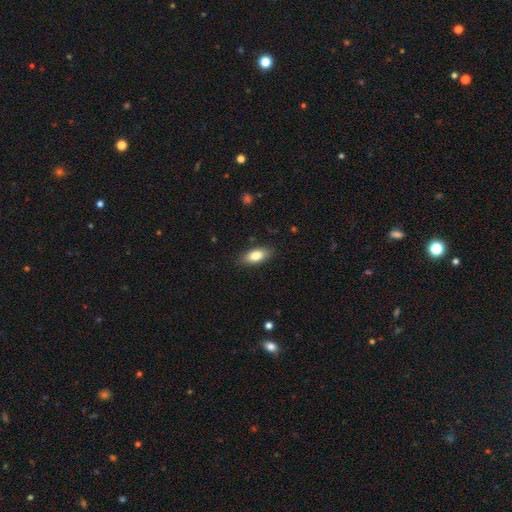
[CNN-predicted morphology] smooth_or_featured: smooth (p=0.82) [alt: featured or disk p=0.12]
how_rounded: in between (p=0.87) [alt: cigar-shaped p=0.10]
merging: none (p=0.86) [alt: minor disturbance p=0.10]